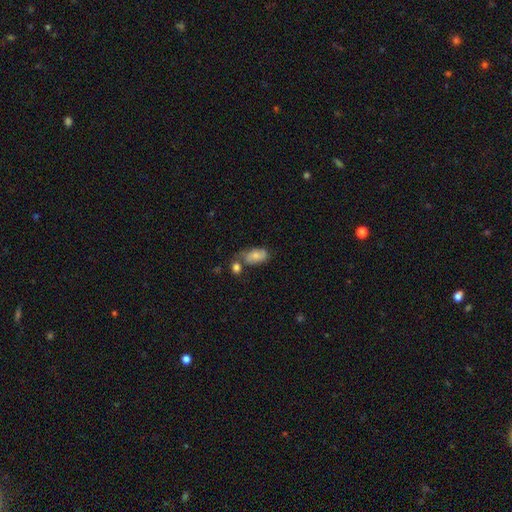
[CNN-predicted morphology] This is likely a smooth galaxy (69%). How rounded: clearly in between (90%). Merging: marginally none (44%).